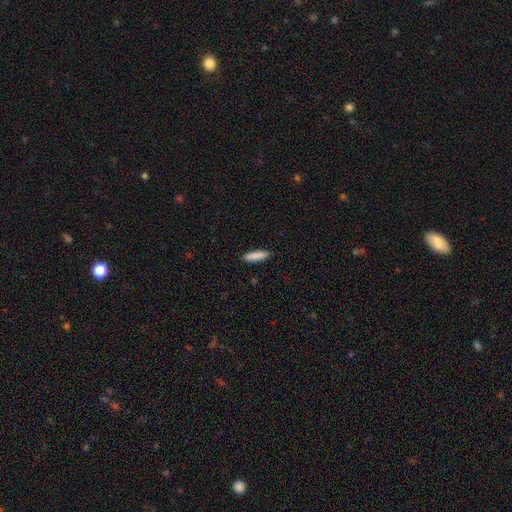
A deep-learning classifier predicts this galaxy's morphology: The model was most divided on "how rounded": cigar-shaped: 71%, in between: 27%, round: 1%. More confident: merging — none (89%); smooth or featured — smooth (88%).